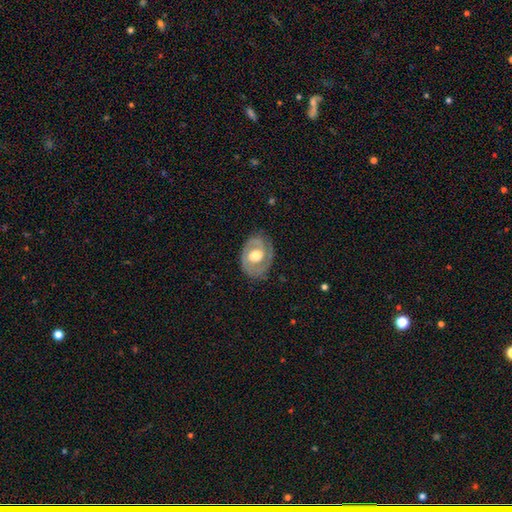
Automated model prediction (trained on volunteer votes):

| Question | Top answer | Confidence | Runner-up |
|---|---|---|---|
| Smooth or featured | featured or disk | 72% | smooth (23%) |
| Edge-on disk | no | 96% | yes (4%) |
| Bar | no | 61% | weak (30%) |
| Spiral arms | yes | 70% | no (30%) |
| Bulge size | moderate | 60% | large (31%) |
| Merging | none | 74% | minor disturbance (18%) |